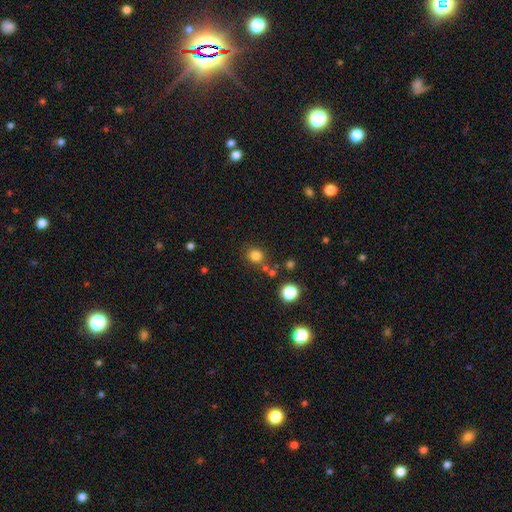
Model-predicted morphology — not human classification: Smooth or featured? Predicted: smooth (p=0.81). How rounded? Predicted: round (p=0.81). Merging? Predicted: none (p=0.79).